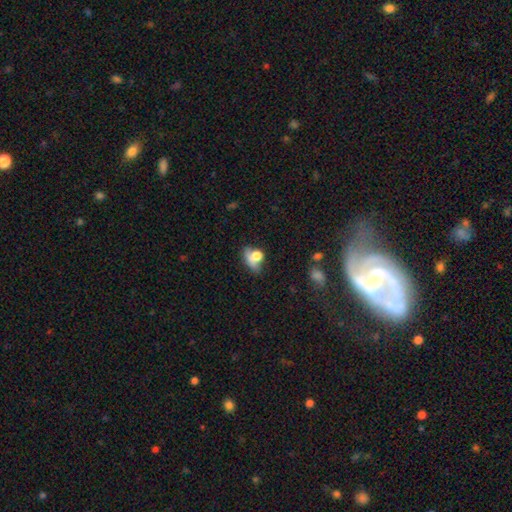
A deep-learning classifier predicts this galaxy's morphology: Smooth or featured? Predicted: smooth (p=0.68). How rounded? Predicted: in between (p=0.62). Merging? Predicted: none (p=0.33).